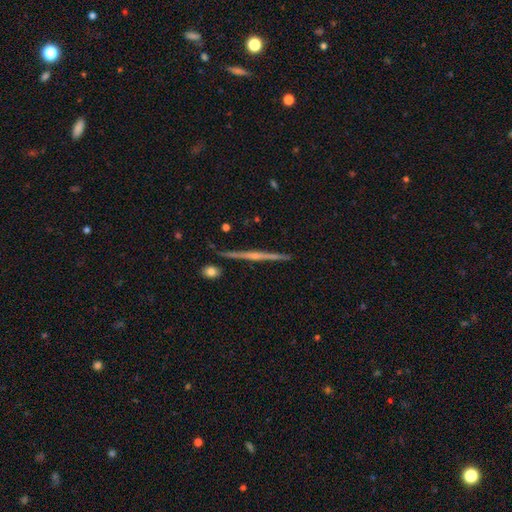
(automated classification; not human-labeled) smooth-or-featured: featured or disk: 81% | smooth: 13% | star or artifact: 6%
  disk-edge-on: yes: 98% | no: 2%
    edge-on-bulge: rounded: 63% | none: 29% | boxy: 9%
  merging: none: 91% | minor disturbance: 6% | merger: 2% | major disturbance: 1%